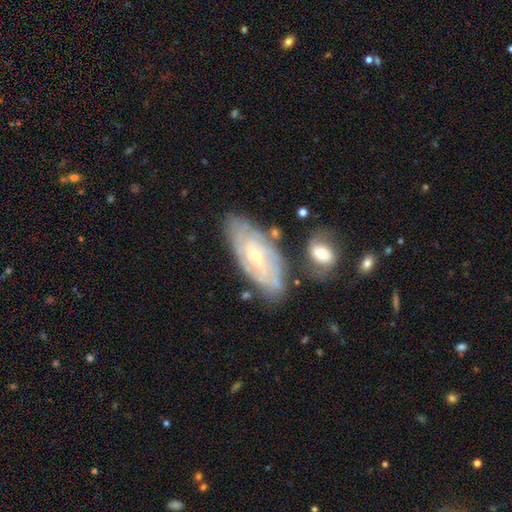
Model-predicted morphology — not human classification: smooth-or-featured: featured or disk: 72% | smooth: 21% | star or artifact: 7%
  disk-edge-on: no: 88% | yes: 12%
    bar: weak: 49% | no: 39% | strong: 12%
    has-spiral-arms: yes: 82% | no: 18%
      spiral-winding: tight: 64% | medium: 28% | loose: 8%
      spiral-arm-count: can't tell: 58% | 2: 19% | 3: 10% | 4: 7% | more than 4: 3% | 1: 3%
    bulge-size: small: 56% | moderate: 38% | none: 3% | large: 2% | dominant: 1%
  merging: none: 68% | minor disturbance: 19% | merger: 7% | major disturbance: 6%